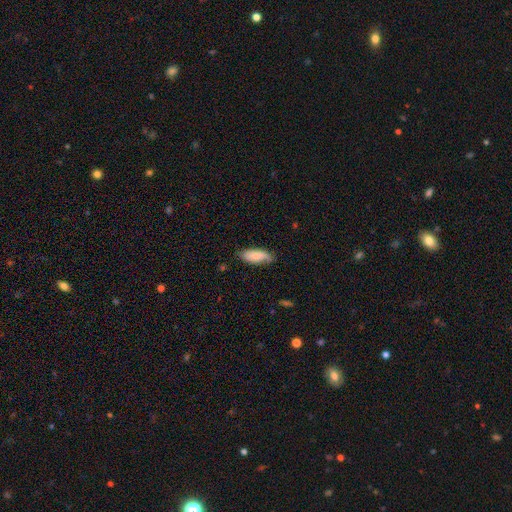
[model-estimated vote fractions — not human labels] Smooth or featured?
  - smooth: 77% *
  - featured or disk: 16%
  - star or artifact: 6%
How rounded?
  - in between: 78% *
  - cigar-shaped: 20%
  - round: 2%
Merging?
  - none: 68% *
  - minor disturbance: 25%
  - major disturbance: 5%
  - merger: 2%